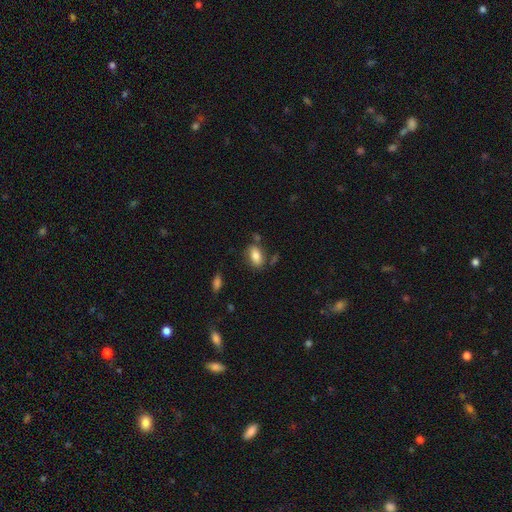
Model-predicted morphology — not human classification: A smooth galaxy with no disk features (81%) that is in between round and cigar-shaped (90%). Merging: none (70%).